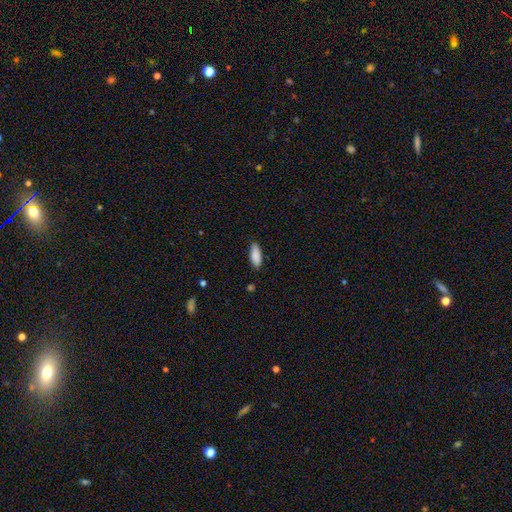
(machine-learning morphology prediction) This appears to be a smooth galaxy with no disk features (89%) that is in between round and cigar-shaped (73%). Merging: none (86%).